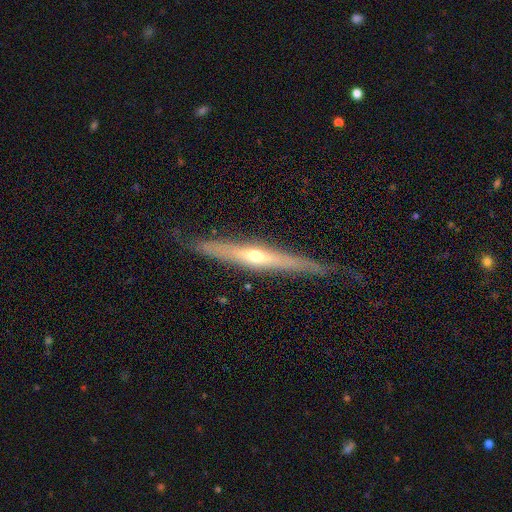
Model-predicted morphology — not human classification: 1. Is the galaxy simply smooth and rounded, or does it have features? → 70% featured or disk, 24% smooth, 6% star or artifact.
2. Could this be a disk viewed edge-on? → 93% yes, 7% no.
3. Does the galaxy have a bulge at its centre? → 77% rounded, 19% none, 3% boxy.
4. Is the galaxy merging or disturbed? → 83% none, 12% minor disturbance, 3% major disturbance, 1% merger.